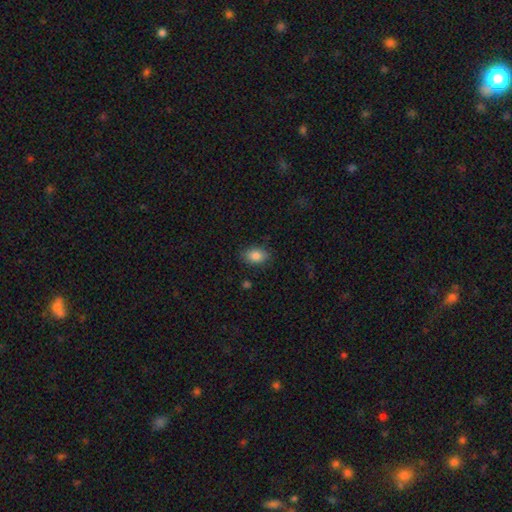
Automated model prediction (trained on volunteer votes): Morphology: type=smooth (86%); roundness=in between (86%); merging=none (83%).